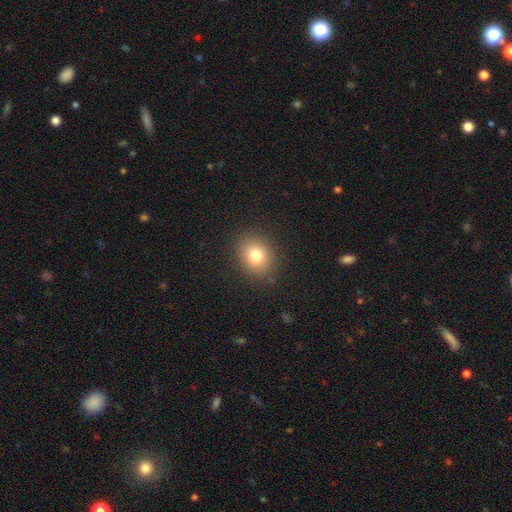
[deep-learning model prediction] Morphology: type=smooth (77%); roundness=round (64%); merging=none (87%).